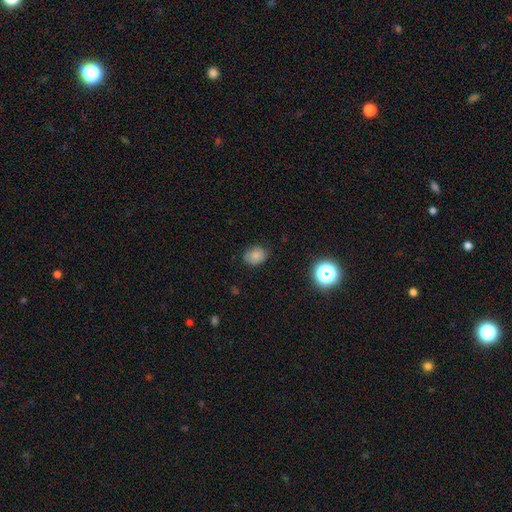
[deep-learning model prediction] smooth 79%, star or artifact 13%, featured or disk 8%. Down the decision tree: how rounded — in between (55%); merging — none (75%).